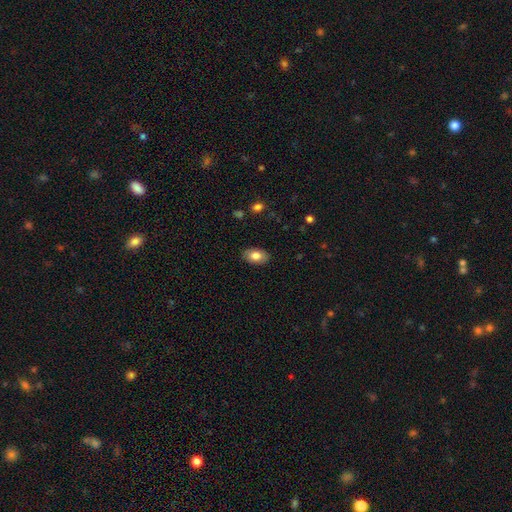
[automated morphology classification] A smooth galaxy with no disk features (81%) that is in between round and cigar-shaped (91%).

Vote fractions:
- Smooth or featured? smooth: 81% / featured or disk: 12% / star or artifact: 7%
- How rounded? in between: 91% / round: 7% / cigar-shaped: 1%
- Merging? none: 87% / minor disturbance: 10% / major disturbance: 2% / merger: 1%